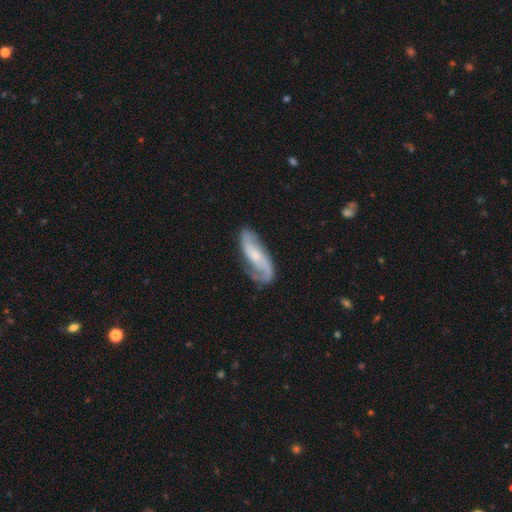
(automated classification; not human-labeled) featured or disk 80%, smooth 15%, star or artifact 5%. Down the decision tree: edge-on disk — no (92%); bar — no (50%); spiral arms — yes (95%); spiral arm count — 2 (84%); spiral winding — medium (42%); bulge size — small (54%); merging — none (70%).